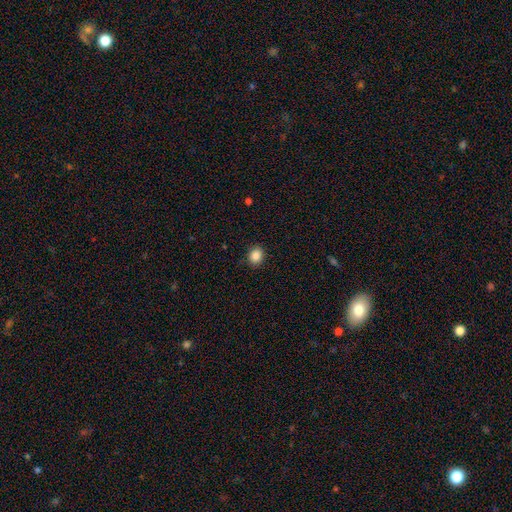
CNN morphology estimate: smooth-or-featured: smooth: 86% | star or artifact: 10% | featured or disk: 4%
  how-rounded: round: 66% | in between: 33% | cigar-shaped: 1%
  merging: none: 90% | minor disturbance: 7% | major disturbance: 2% | merger: 1%